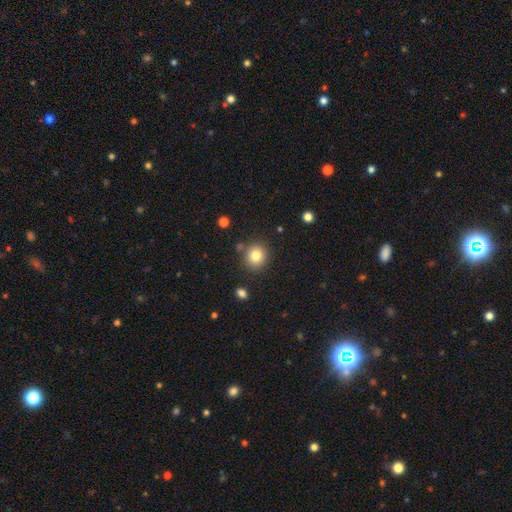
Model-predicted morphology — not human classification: A smooth galaxy with no disk features (81%) that is round (85%).

Vote fractions:
- Smooth or featured? smooth: 81% / star or artifact: 11% / featured or disk: 7%
- How rounded? round: 85% / in between: 14% / cigar-shaped: 1%
- Merging? none: 83% / minor disturbance: 9% / merger: 5% / major disturbance: 3%